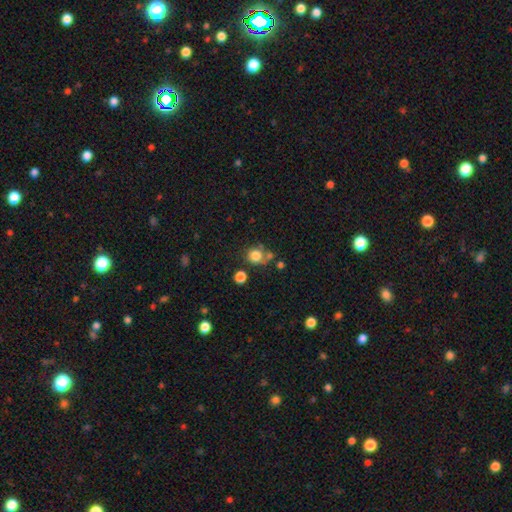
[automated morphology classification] smooth_or_featured: smooth (p=0.81) [alt: star or artifact p=0.11]
how_rounded: round (p=0.84) [alt: in between p=0.16]
merging: none (p=0.59) [alt: merger p=0.18]